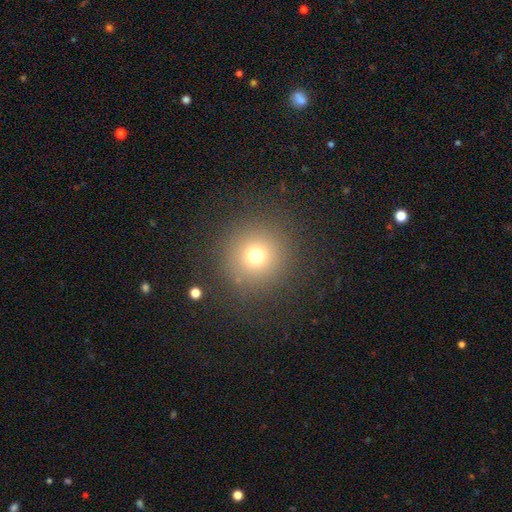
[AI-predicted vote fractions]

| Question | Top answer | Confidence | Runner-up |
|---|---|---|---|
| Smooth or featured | smooth | 71% | star or artifact (19%) |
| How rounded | round | 95% | in between (4%) |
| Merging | none | 87% | minor disturbance (7%) |